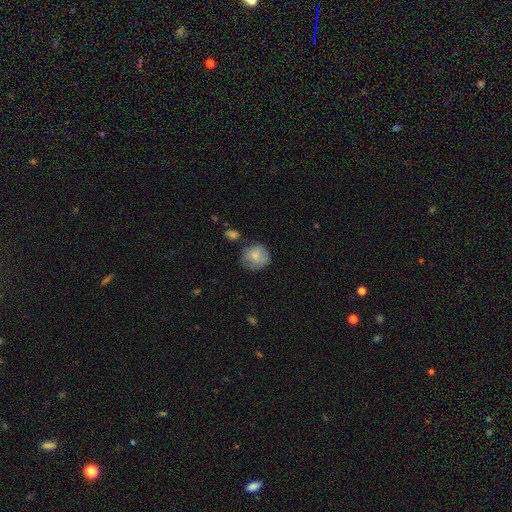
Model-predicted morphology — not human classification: This is likely a smooth galaxy (73%). How rounded: clearly round (82%). Merging: likely none (61%).